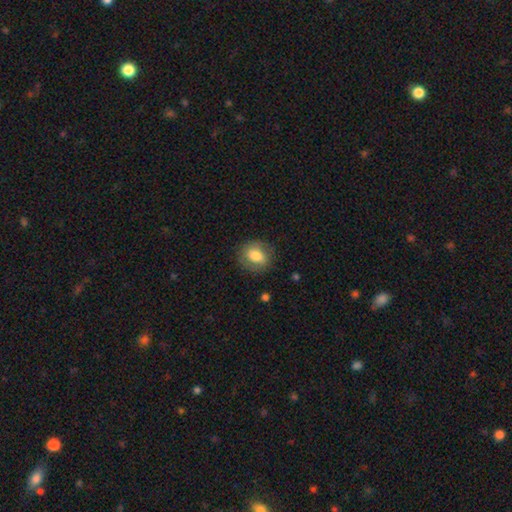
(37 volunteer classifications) smooth-or-featured: smooth: 92% | featured or disk: 8% | star or artifact: 0%
  how-rounded: round: 71% | in between: 29% | cigar-shaped: 0%
  merging: none: 78% | major disturbance: 16% | minor disturbance: 5% | merger: 0%